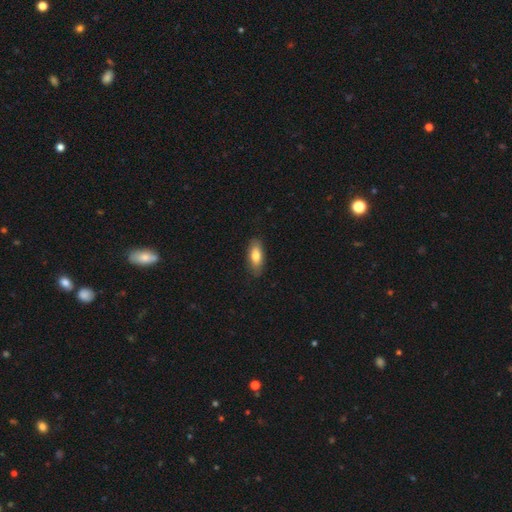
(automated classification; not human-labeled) A smooth galaxy with no disk features (78%) that is in between round and cigar-shaped (79%).

Vote fractions:
- Smooth or featured? smooth: 78% / featured or disk: 16% / star or artifact: 6%
- How rounded? in between: 79% / cigar-shaped: 18% / round: 3%
- Merging? none: 85% / minor disturbance: 11% / major disturbance: 2% / merger: 1%